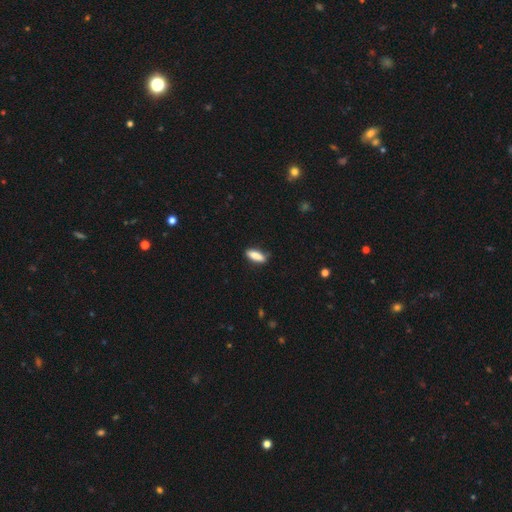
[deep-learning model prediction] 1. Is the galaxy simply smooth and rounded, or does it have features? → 84% smooth, 9% featured or disk, 6% star or artifact.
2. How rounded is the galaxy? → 55% in between, 43% cigar-shaped, 2% round.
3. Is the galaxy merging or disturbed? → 80% none, 15% minor disturbance, 3% major disturbance, 1% merger.